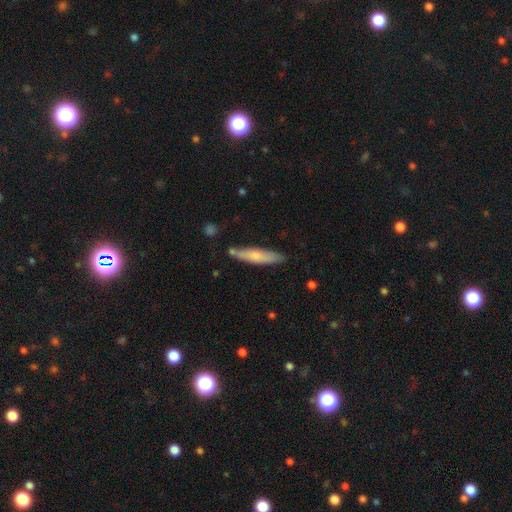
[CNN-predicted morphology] type=smooth (64%); roundness=cigar-shaped (86%); merging=none (80%).